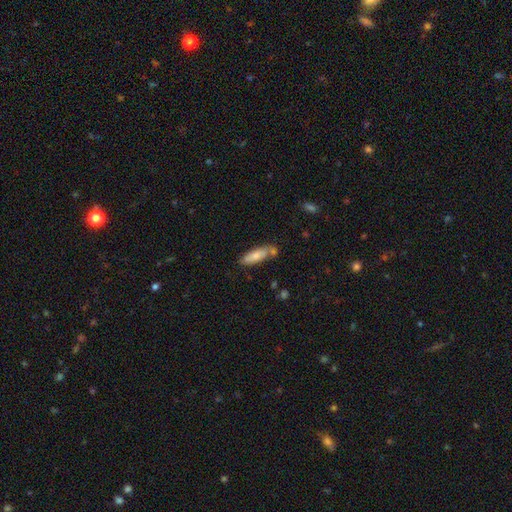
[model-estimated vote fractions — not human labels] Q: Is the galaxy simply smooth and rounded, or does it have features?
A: smooth — 74%.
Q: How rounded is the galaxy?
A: in between — 49%, tied with cigar-shaped.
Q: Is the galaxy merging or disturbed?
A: none — 63%.